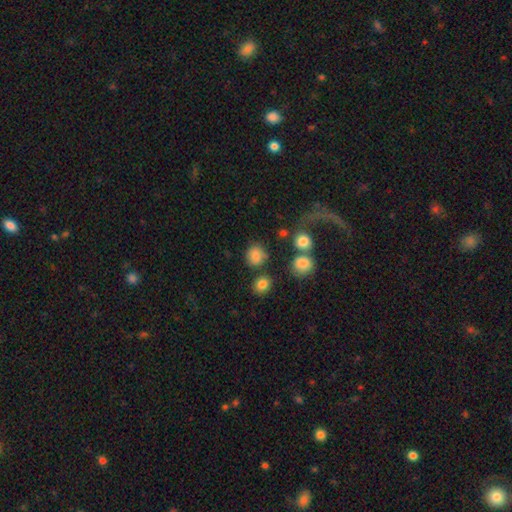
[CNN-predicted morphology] smooth-or-featured: smooth: 81% | star or artifact: 12% | featured or disk: 7%
  how-rounded: round: 86% | in between: 13% | cigar-shaped: 1%
  merging: none: 75% | minor disturbance: 13% | merger: 7% | major disturbance: 5%